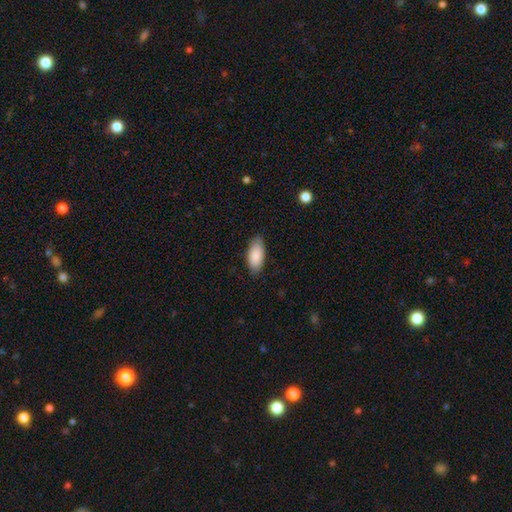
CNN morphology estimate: This appears to be a smooth galaxy with no disk features (88%) that is in between round and cigar-shaped (89%). Merging: none (83%).